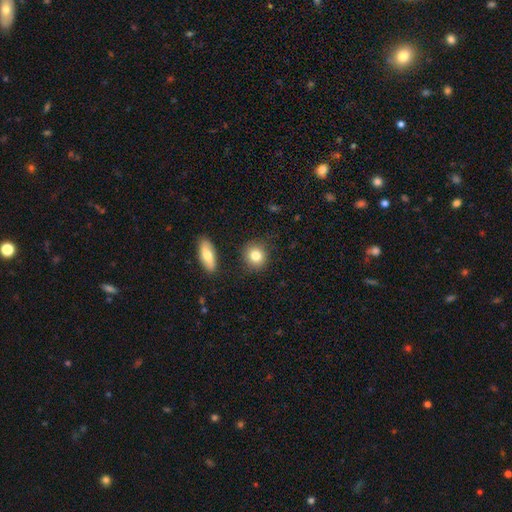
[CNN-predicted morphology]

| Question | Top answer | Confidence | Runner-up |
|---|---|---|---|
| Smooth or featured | smooth | 83% | featured or disk (9%) |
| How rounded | round | 83% | in between (16%) |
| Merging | none | 84% | minor disturbance (9%) |